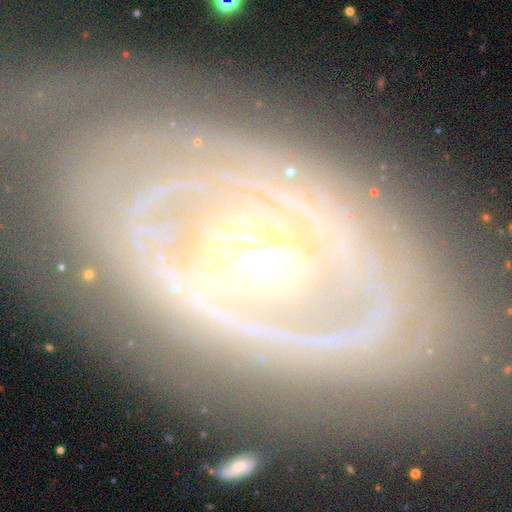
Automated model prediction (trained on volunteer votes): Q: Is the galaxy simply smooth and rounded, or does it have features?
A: featured or disk — 83%.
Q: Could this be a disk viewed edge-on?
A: no — 92%.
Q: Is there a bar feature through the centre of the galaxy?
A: no — 65%.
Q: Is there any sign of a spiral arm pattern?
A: yes — 62%.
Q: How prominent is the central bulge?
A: moderate — 51%.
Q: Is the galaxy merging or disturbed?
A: none — 60%.